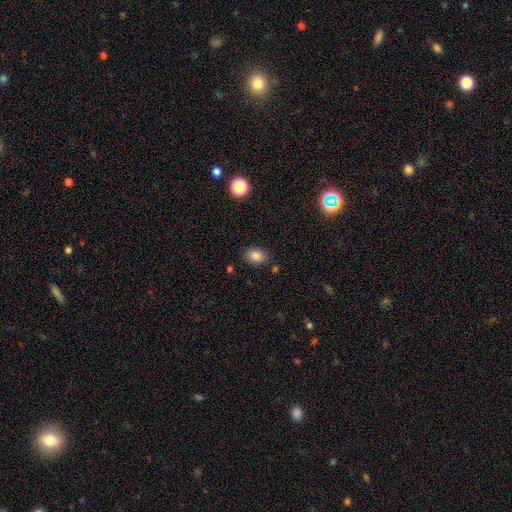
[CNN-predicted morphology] Smooth or featured?
  - smooth: 84% *
  - star or artifact: 10%
  - featured or disk: 6%
How rounded?
  - in between: 71% *
  - round: 28%
  - cigar-shaped: 1%
Merging?
  - none: 82% *
  - minor disturbance: 12%
  - major disturbance: 3%
  - merger: 3%